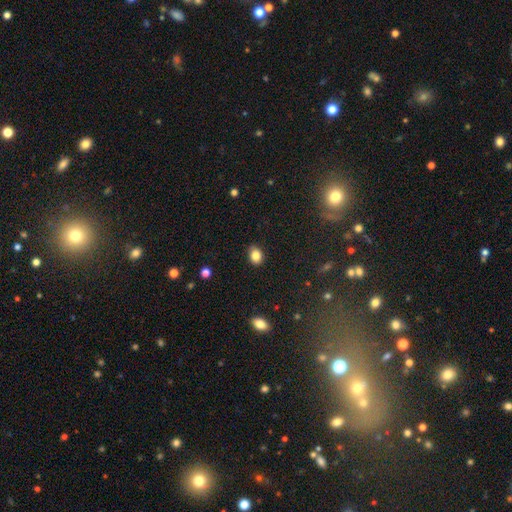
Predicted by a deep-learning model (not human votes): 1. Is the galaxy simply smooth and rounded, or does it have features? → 84% smooth, 10% star or artifact, 6% featured or disk.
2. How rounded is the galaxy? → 60% in between, 39% round, 1% cigar-shaped.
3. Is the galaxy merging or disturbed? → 83% none, 13% minor disturbance, 2% major disturbance, 1% merger.